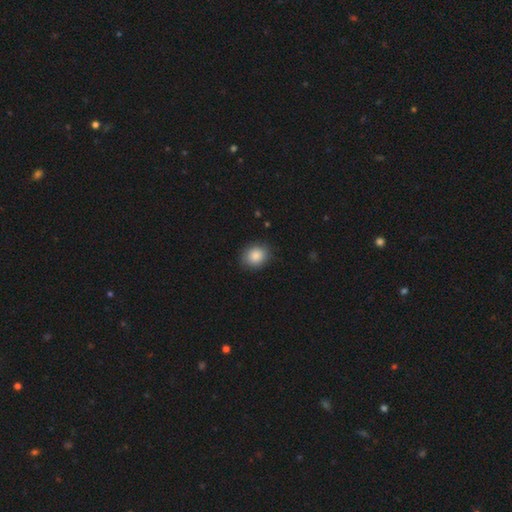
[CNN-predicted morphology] Q: Smooth or featured?
A: smooth (86%); runner-up: star or artifact (8%)
Q: How rounded?
A: round (62%); runner-up: in between (37%)
Q: Merging?
A: none (85%); runner-up: minor disturbance (12%)